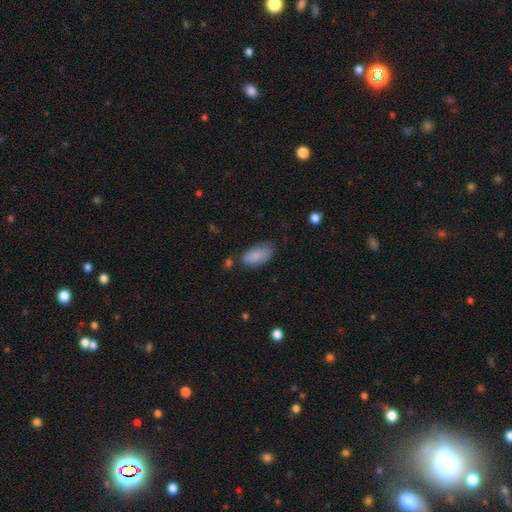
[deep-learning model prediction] Morphology: type=smooth (85%); roundness=in between (91%); merging=none (65%).